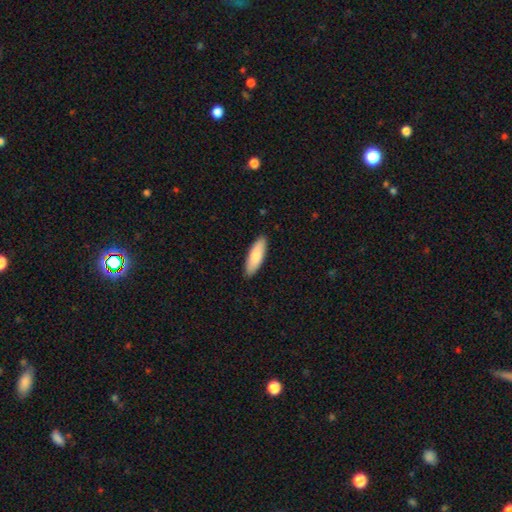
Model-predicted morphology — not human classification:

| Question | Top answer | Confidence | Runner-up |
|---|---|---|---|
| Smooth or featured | smooth | 85% | featured or disk (10%) |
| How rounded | in between | 56% | cigar-shaped (43%) |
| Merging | none | 89% | minor disturbance (8%) |